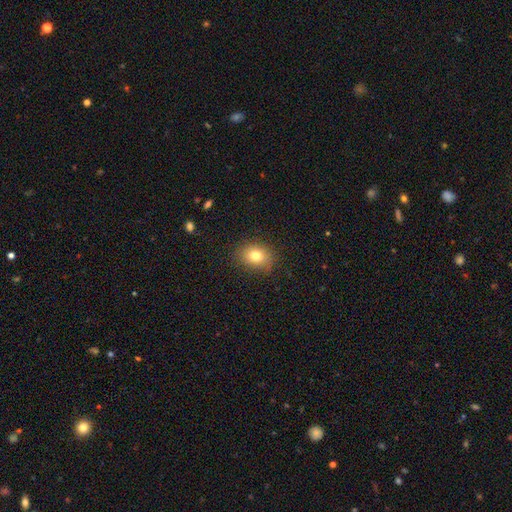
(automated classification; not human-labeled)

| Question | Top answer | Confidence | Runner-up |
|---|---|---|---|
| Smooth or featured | smooth | 77% | star or artifact (12%) |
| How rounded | in between | 57% | round (42%) |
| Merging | none | 85% | minor disturbance (11%) |